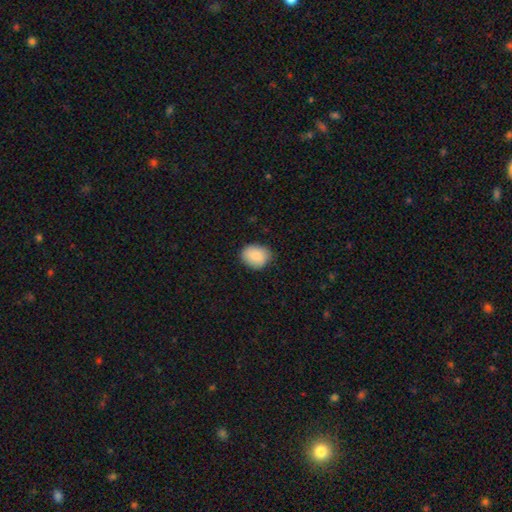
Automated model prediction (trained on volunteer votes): Morphology: type=smooth (86%); roundness=round (55%); merging=none (83%).